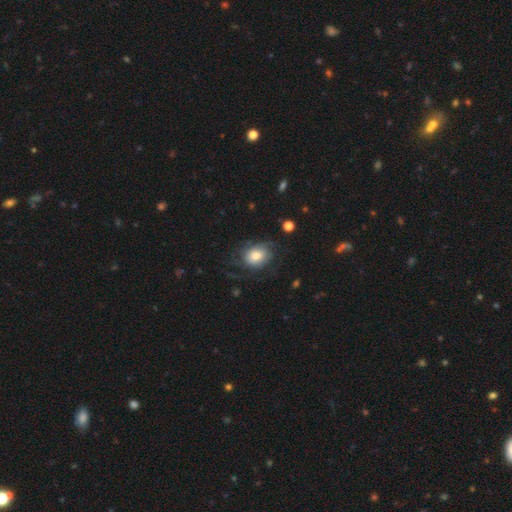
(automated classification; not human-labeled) Smooth or featured: featured or disk — 46% (smooth — 45%)
Merging: none — 57% (minor disturbance — 22%)